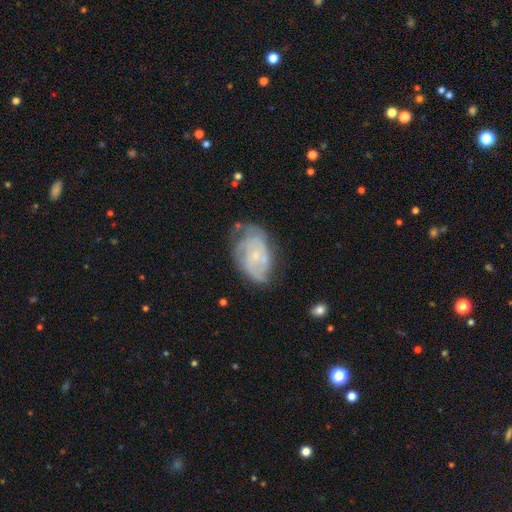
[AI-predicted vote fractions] Smooth or featured?
  - featured or disk: 73% *
  - smooth: 20%
  - star or artifact: 7%
Edge-on disk?
  - no: 97% *
  - yes: 3%
Bar?
  - no: 70% *
  - weak: 26%
  - strong: 4%
Spiral arms?
  - yes: 86% *
  - no: 14%
Spiral winding?
  - tight: 51% *
  - medium: 36%
  - loose: 13%
Spiral arm count?
  - can't tell: 41% *
  - 2: 24%
  - 3: 18%
  - 4: 8%
  - 1: 5%
  - more than 4: 4%
Bulge size?
  - small: 73% *
  - moderate: 15%
  - none: 10%
  - large: 1%
  - dominant: 1%
Merging?
  - none: 55% *
  - minor disturbance: 28%
  - major disturbance: 14%
  - merger: 3%